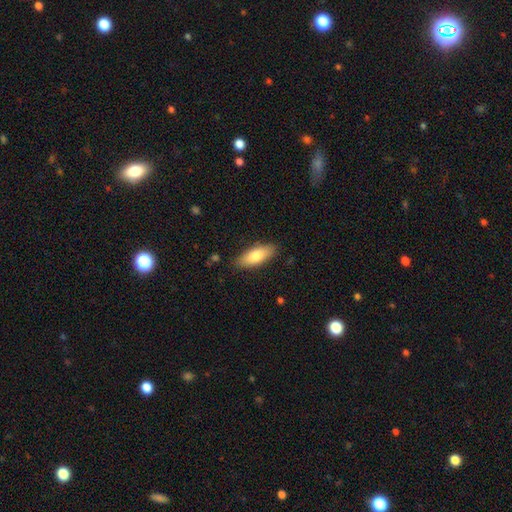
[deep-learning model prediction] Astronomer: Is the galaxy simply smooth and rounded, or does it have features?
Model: smooth — 78%.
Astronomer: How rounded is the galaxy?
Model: in between — 71%.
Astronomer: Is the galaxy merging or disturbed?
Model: none — 85%.